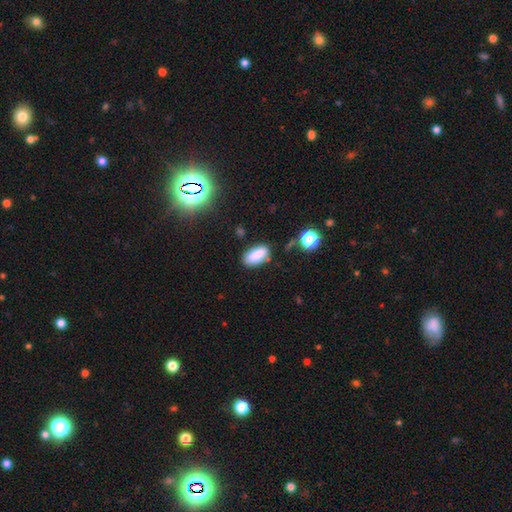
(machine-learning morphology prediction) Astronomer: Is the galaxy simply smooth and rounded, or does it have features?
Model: smooth — 84%.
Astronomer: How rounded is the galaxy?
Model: in between — 90%.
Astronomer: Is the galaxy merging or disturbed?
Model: none — 75%.